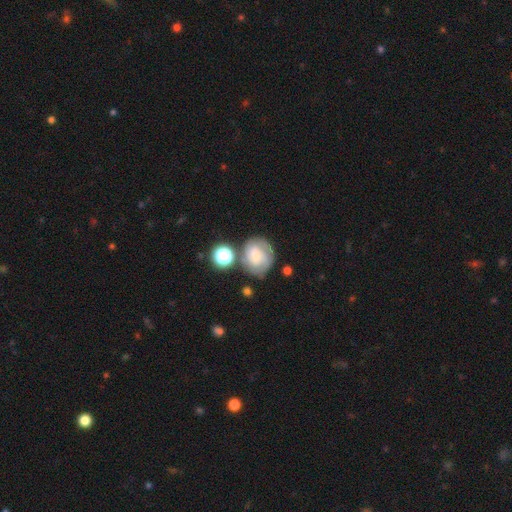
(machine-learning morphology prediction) This is possibly a featured or disk galaxy (54%). It is clearly not viewed edge-on (97%). Bar: likely no (66%). Spiral arm pattern: clearly yes (81%). Central bulge: likely small (62%). Merging: possibly none (59%).